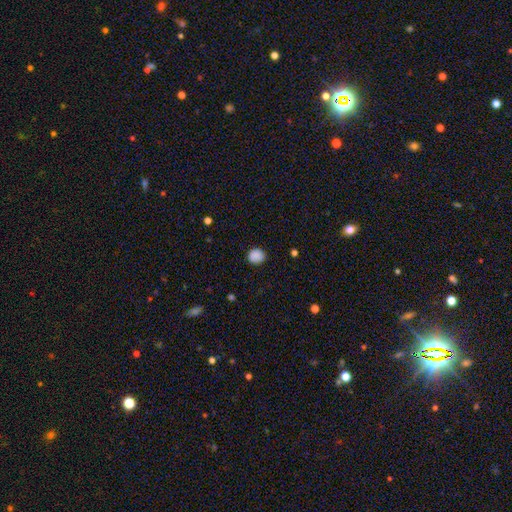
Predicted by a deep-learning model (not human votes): Smooth or featured?
  - smooth: 88% *
  - star or artifact: 9%
  - featured or disk: 3%
How rounded?
  - round: 83% *
  - in between: 16%
  - cigar-shaped: 1%
Merging?
  - none: 88% *
  - minor disturbance: 9%
  - major disturbance: 2%
  - merger: 1%